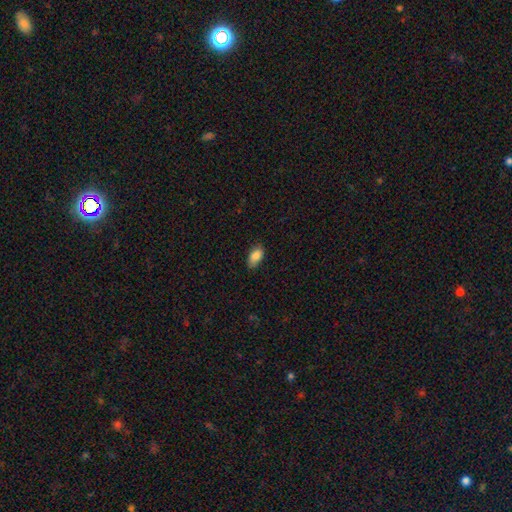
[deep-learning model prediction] smooth-or-featured: smooth: 87% | star or artifact: 7% | featured or disk: 6%
  how-rounded: in between: 93% | round: 5% | cigar-shaped: 3%
  merging: none: 78% | minor disturbance: 18% | major disturbance: 3% | merger: 1%